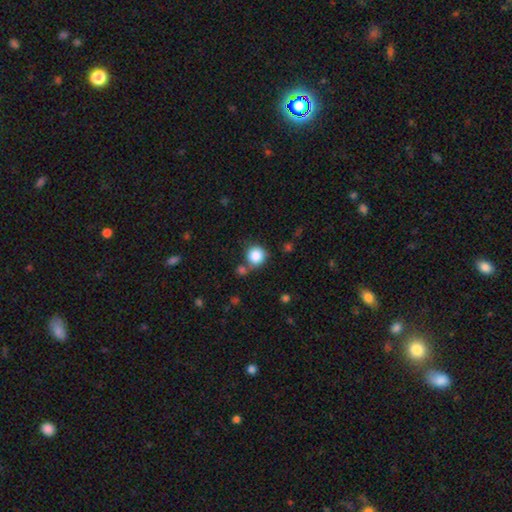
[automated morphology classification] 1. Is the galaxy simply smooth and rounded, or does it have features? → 86% smooth, 10% star or artifact, 5% featured or disk.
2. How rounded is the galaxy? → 93% round, 6% in between, 1% cigar-shaped.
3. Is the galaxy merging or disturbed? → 70% none, 14% merger, 11% minor disturbance, 4% major disturbance.